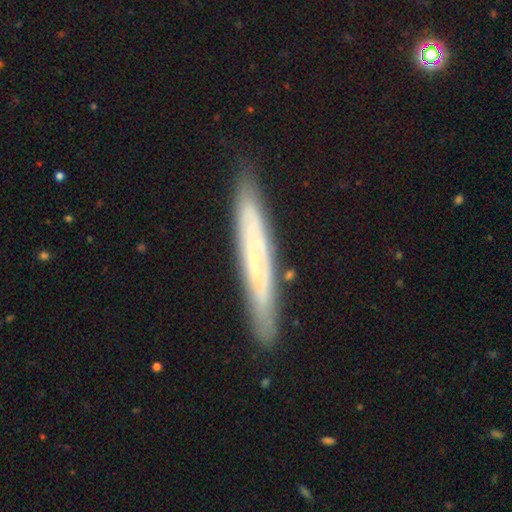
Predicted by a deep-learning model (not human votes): smooth_or_featured: featured or disk (p=0.57) [alt: smooth p=0.35]
disk_edge_on: yes (p=0.81) [alt: no p=0.19]
merging: none (p=0.88) [alt: minor disturbance p=0.09]